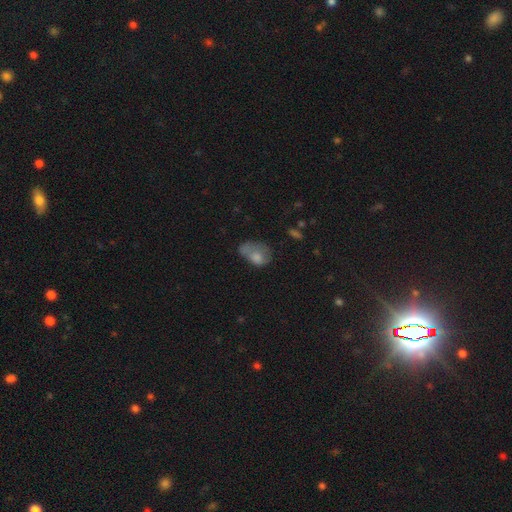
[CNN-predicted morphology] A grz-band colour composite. It shows a smooth galaxy with no disk features (68%) that is in between round and cigar-shaped (80%). Merging: major disturbance (35%).